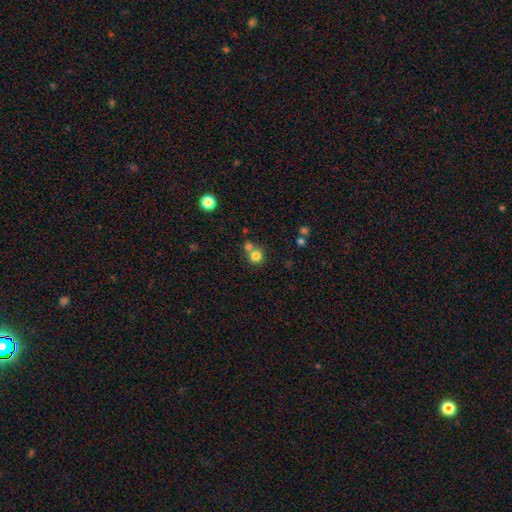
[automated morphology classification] The model was most divided on "merging": none: 53%, merger: 38%, minor disturbance: 7%, major disturbance: 3%. More confident: how rounded — round (89%); smooth or featured — smooth (79%).